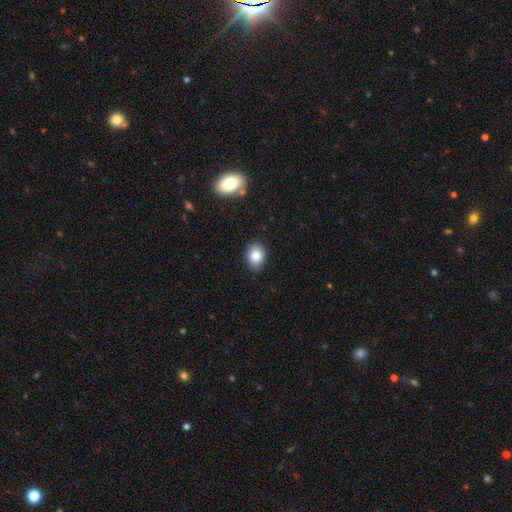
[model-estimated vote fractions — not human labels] This is clearly a smooth galaxy (82%). How rounded: possibly in between (56%). Merging: clearly none (86%).